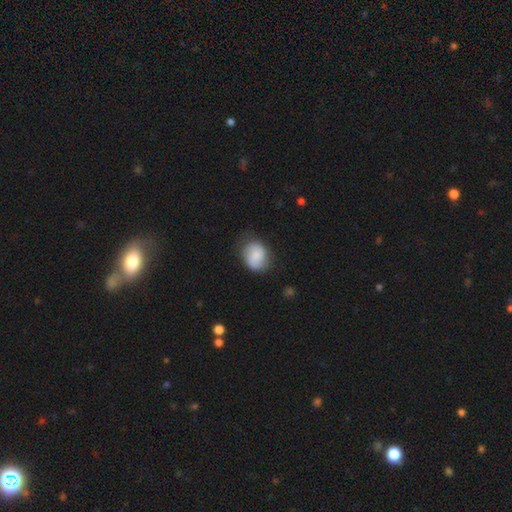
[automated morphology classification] Overall: smooth (70%). How rounded: round (56%; in between 43%). Merging: none (68%).